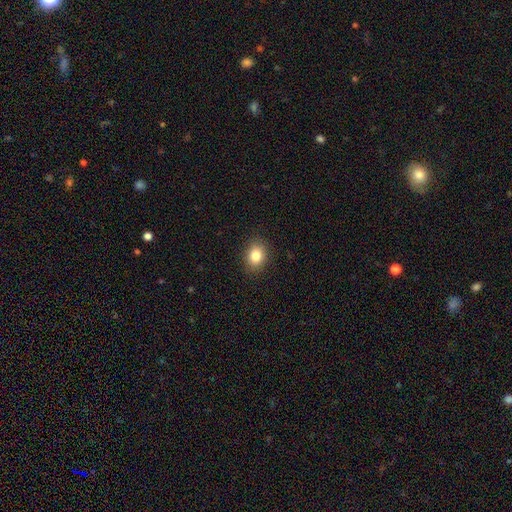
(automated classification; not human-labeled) The model was most divided on "how rounded": in between: 54%, round: 45%, cigar-shaped: 1%. More confident: merging — none (89%); smooth or featured — smooth (84%).